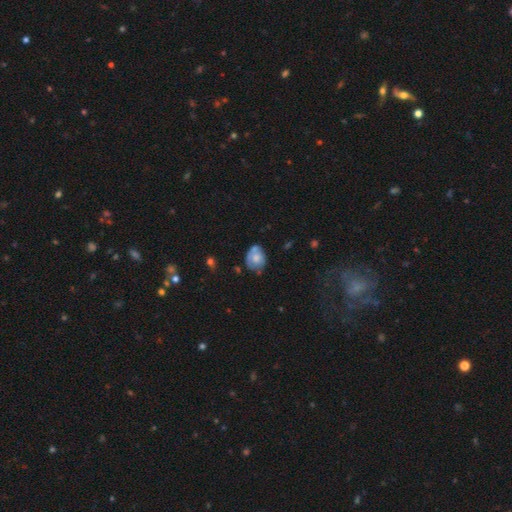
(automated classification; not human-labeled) The model was most divided on "how rounded": in between: 51%, round: 48%, cigar-shaped: 1%. Remaining: smooth or featured — smooth (52%); merging — none (49%).